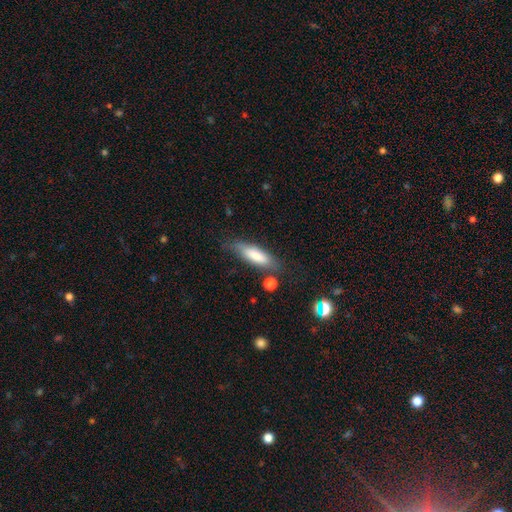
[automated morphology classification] Smooth or featured: smooth — 75% (featured or disk — 18%)
How rounded: cigar-shaped — 55% (in between — 43%)
Merging: none — 67% (minor disturbance — 21%)